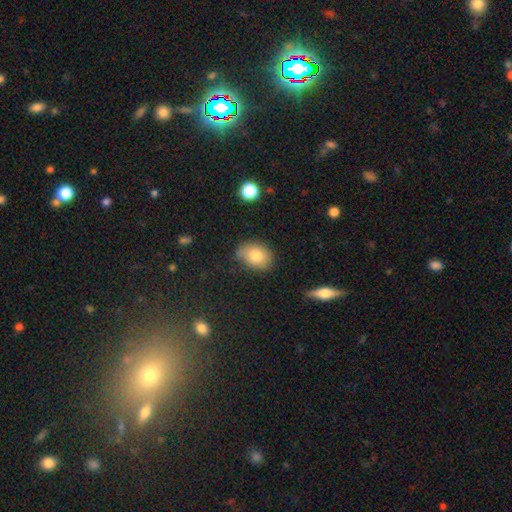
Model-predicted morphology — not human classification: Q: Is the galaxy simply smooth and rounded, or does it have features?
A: smooth — 79%.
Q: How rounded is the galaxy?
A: in between — 68%.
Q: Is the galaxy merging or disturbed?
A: none — 73%.